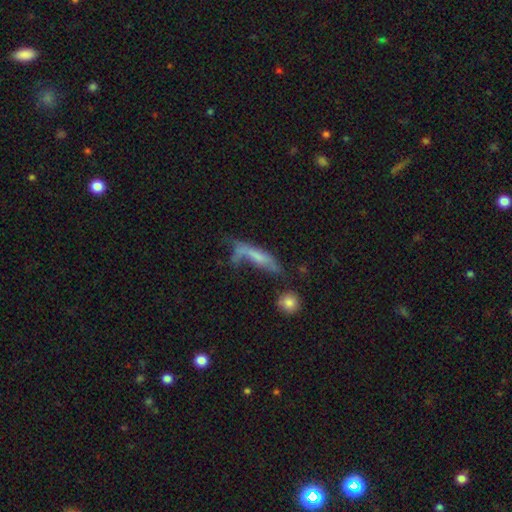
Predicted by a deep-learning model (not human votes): This is possibly a smooth galaxy (50%). Merging: marginally major disturbance (32%).